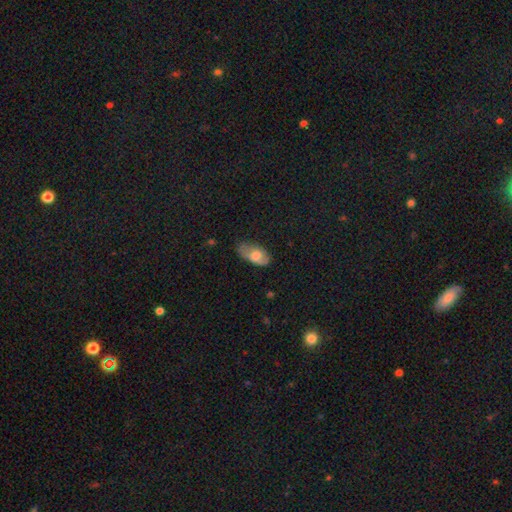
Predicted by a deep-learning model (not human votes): A smooth galaxy with no disk features (67%) that is in between round and cigar-shaped (93%).

Vote fractions:
- Smooth or featured? smooth: 67% / featured or disk: 26% / star or artifact: 7%
- How rounded? in between: 93% / round: 4% / cigar-shaped: 3%
- Merging? none: 53% / minor disturbance: 34% / major disturbance: 12% / merger: 2%